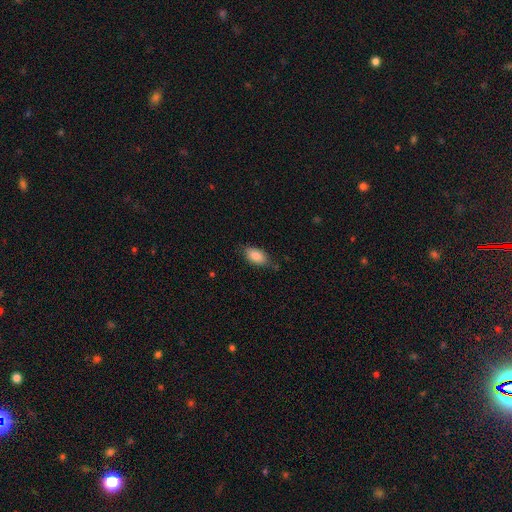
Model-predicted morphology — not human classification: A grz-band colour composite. It shows a smooth galaxy with no disk features (85%) that is in between round and cigar-shaped (91%). Merging: none (76%).